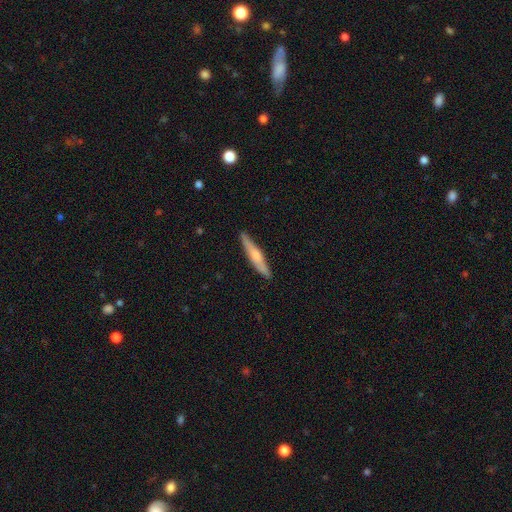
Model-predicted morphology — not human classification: Smooth or featured: featured or disk — 50% (smooth — 45%)
Merging: none — 89% (minor disturbance — 9%)